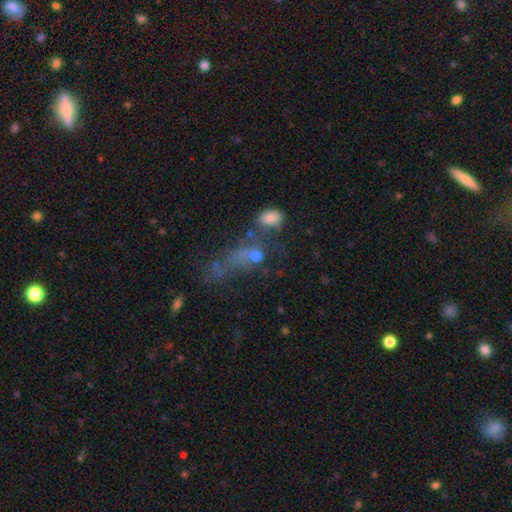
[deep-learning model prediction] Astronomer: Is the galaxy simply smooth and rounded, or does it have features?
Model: smooth — 55%.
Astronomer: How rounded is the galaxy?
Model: in between — 48% (runner-up: round, 43%).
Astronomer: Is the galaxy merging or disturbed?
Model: major disturbance — 37% (runner-up: merger, 26%).